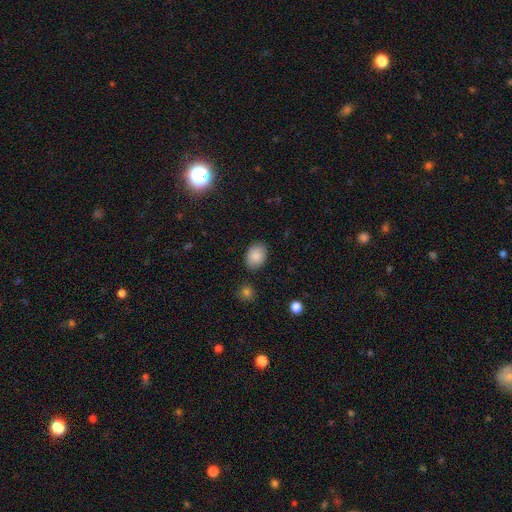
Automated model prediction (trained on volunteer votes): Q: Smooth or featured?
A: smooth (87%); runner-up: star or artifact (8%)
Q: How rounded?
A: in between (79%); runner-up: round (20%)
Q: Merging?
A: none (84%); runner-up: minor disturbance (11%)